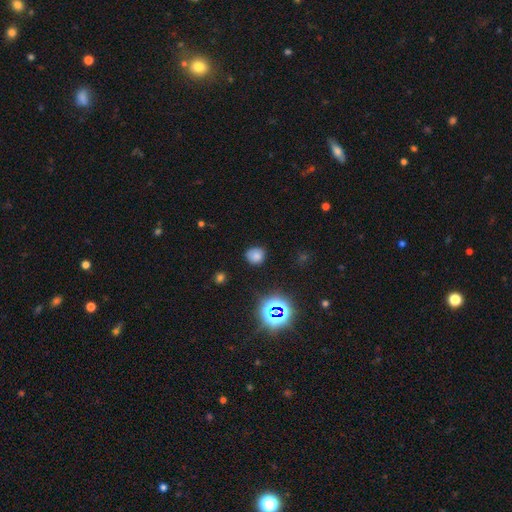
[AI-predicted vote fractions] Smooth or featured?
  - smooth: 72% *
  - star or artifact: 21%
  - featured or disk: 6%
How rounded?
  - round: 85% *
  - in between: 14%
  - cigar-shaped: 1%
Merging?
  - none: 80% *
  - minor disturbance: 14%
  - major disturbance: 4%
  - merger: 2%